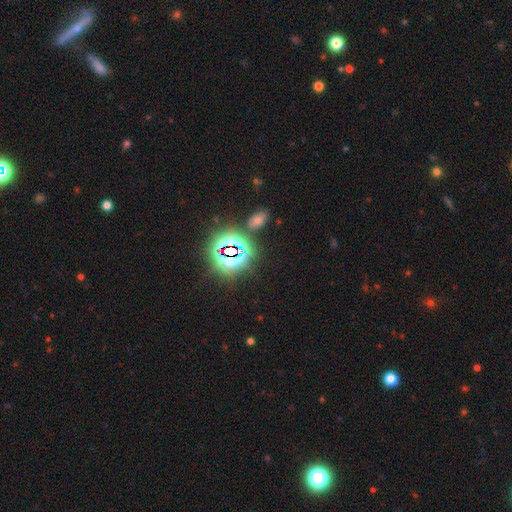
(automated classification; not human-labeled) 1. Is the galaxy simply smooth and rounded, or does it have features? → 81% star or artifact, 12% smooth, 7% featured or disk.